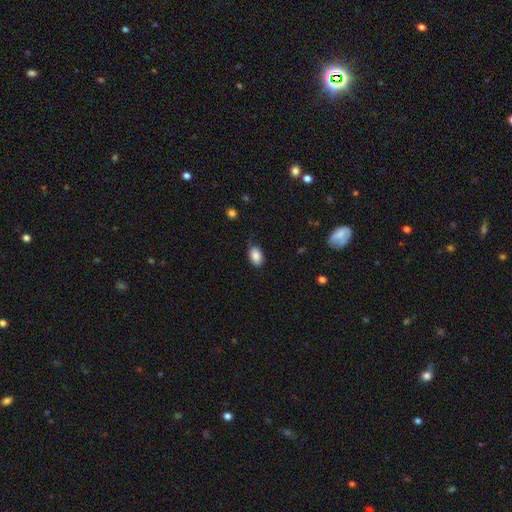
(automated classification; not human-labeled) Q: Smooth or featured?
A: smooth (88%); runner-up: star or artifact (7%)
Q: How rounded?
A: in between (87%); runner-up: round (11%)
Q: Merging?
A: none (77%); runner-up: minor disturbance (19%)